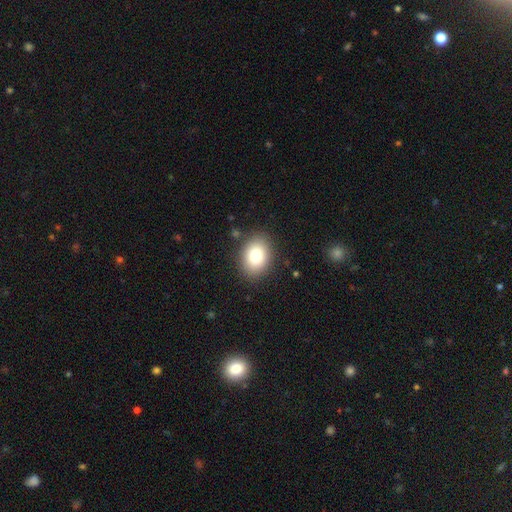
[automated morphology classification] smooth 82%, featured or disk 9%, star or artifact 9%. Down the decision tree: how rounded — in between (65%); merging — none (87%).